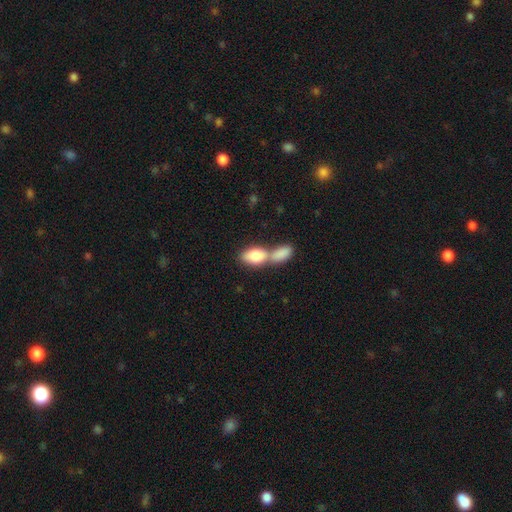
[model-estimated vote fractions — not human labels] This appears to be a smooth galaxy with no disk features (81%) that is in between round and cigar-shaped (89%). Merging: merger (64%).